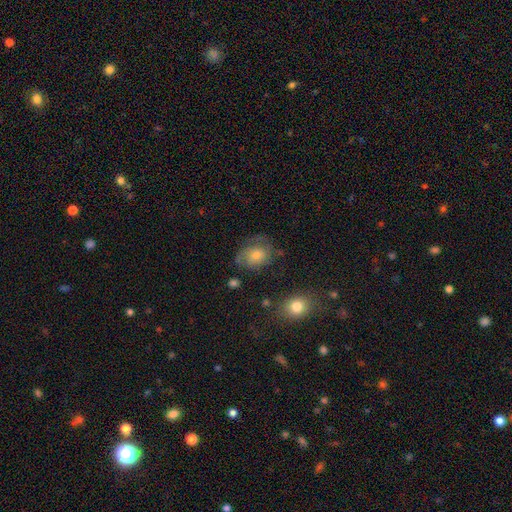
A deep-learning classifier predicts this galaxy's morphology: type=featured or disk (46%); merging=none (58%).